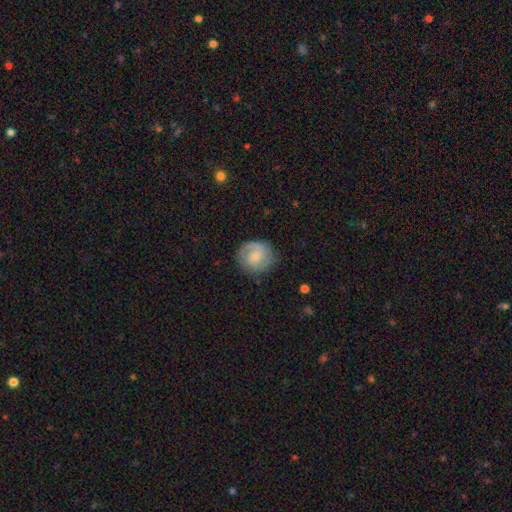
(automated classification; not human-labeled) A featured or disk galaxy (56%) with no bar (64%), spiral arms (88%) and a small central bulge (58%).

Vote fractions:
- Smooth or featured? featured or disk: 56% / smooth: 37% / star or artifact: 7%
- Edge-on disk? no: 98% / yes: 2%
- Bar? no: 64% / weak: 32% / strong: 5%
- Spiral arms? yes: 88% / no: 12%
- Bulge size? small: 58% / moderate: 30% / none: 8% / large: 3% / dominant: 1%
- Merging? none: 77% / minor disturbance: 16% / major disturbance: 6% / merger: 1%